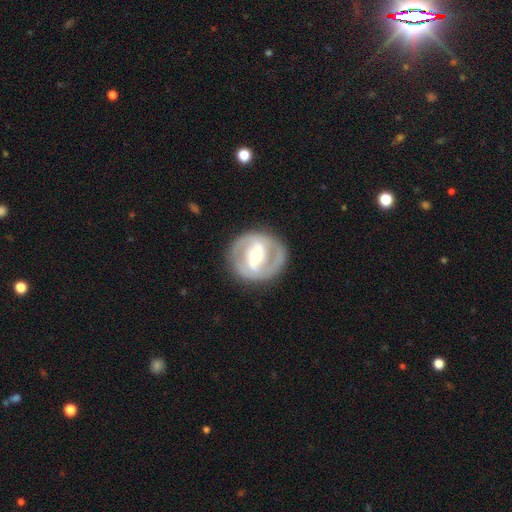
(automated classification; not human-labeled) A featured or disk galaxy (79%) with a strong bar (51%), 2 (83%) tight (46%) spiral arms (71%) and a moderate central bulge (69%).

Vote fractions:
- Smooth or featured? featured or disk: 79% / smooth: 17% / star or artifact: 4%
- Edge-on disk? no: 96% / yes: 4%
- Bar? strong: 51% / weak: 34% / no: 15%
- Spiral arms? yes: 71% / no: 29%
- Spiral winding? tight: 46% / medium: 41% / loose: 13%
- Spiral arm count? 2: 83% / can't tell: 10% / 1: 3% / 3: 2% / 4: 1% / more than 4: 1%
- Bulge size? moderate: 69% / small: 20% / large: 9% / dominant: 1% / none: 1%
- Merging? none: 85% / minor disturbance: 10% / major disturbance: 4% / merger: 1%